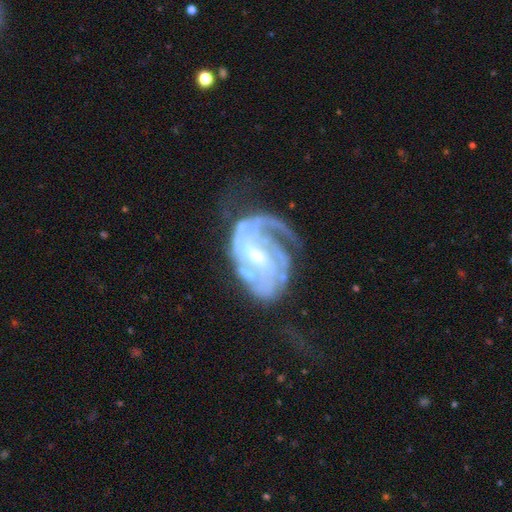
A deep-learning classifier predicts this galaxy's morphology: Smooth or featured? Predicted: featured or disk (p=0.88). Edge-on disk? Predicted: no (p=0.98). Bar? Predicted: weak (p=0.53). Spiral arms? Predicted: yes (p=0.93). Spiral winding? Predicted: tight (p=0.42). Spiral arm count? Predicted: 2 (p=0.28, tied with can't tell). Bulge size? Predicted: small (p=0.59). Merging? Predicted: none (p=0.37, tied with major disturbance).